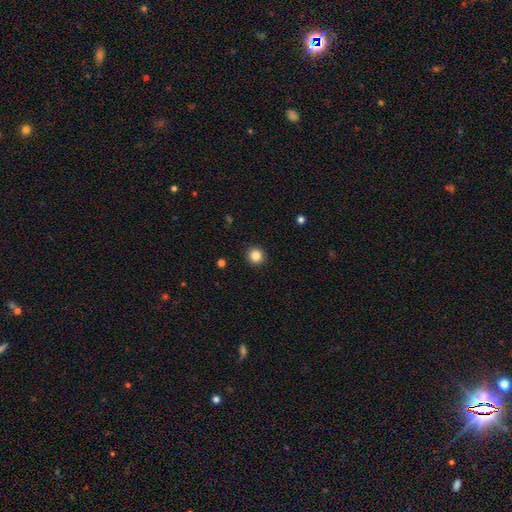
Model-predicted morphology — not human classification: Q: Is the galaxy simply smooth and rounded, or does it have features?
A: smooth — 85%.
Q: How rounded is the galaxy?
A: round — 93%.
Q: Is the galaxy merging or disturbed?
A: none — 93%.